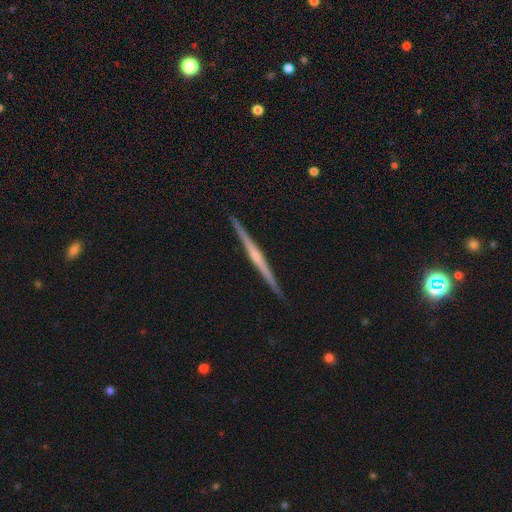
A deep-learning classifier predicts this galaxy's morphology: Smooth or featured? featured or disk (79%)
Edge-on disk? yes (98%)
Edge-on bulge? rounded (59%)
Merging? none (92%)